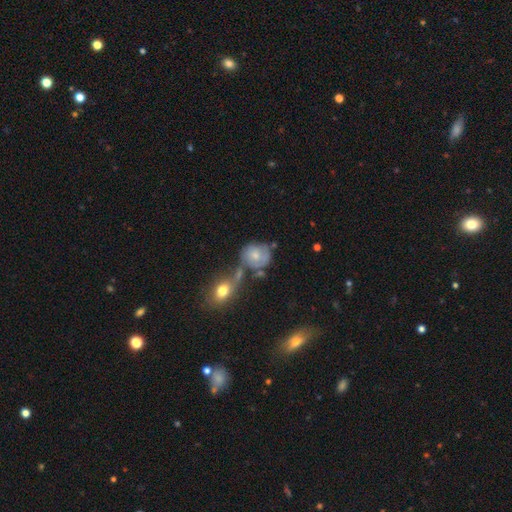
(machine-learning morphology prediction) smooth_or_featured: smooth (p=0.50) [alt: featured or disk p=0.41]
how_rounded: round (p=0.71) [alt: in between p=0.28]
merging: none (p=0.40) [alt: merger p=0.30]